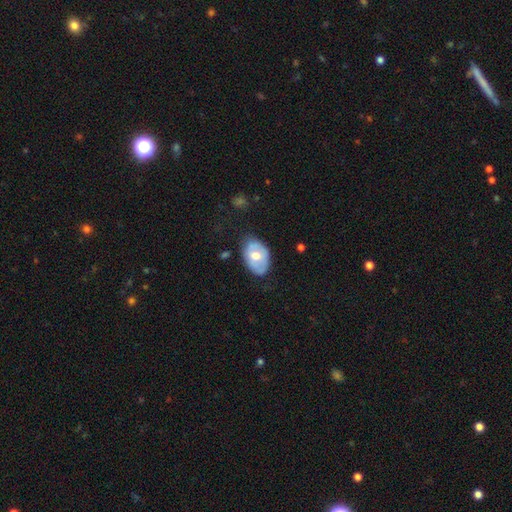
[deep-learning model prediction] Smooth or featured?
  - smooth: 52% *
  - featured or disk: 42%
  - star or artifact: 6%
How rounded?
  - in between: 86% *
  - round: 13%
  - cigar-shaped: 1%
Merging?
  - none: 71% *
  - minor disturbance: 22%
  - major disturbance: 5%
  - merger: 2%